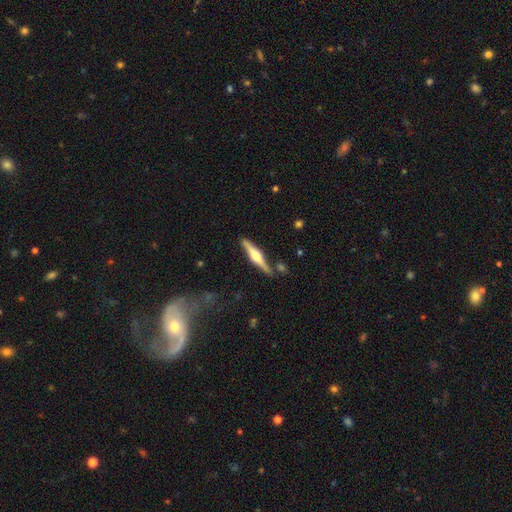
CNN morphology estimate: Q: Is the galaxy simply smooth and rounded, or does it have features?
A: featured or disk — 72%.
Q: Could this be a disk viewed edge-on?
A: yes — 97%.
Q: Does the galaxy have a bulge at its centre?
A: rounded — 92%.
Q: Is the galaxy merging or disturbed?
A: none — 83%.